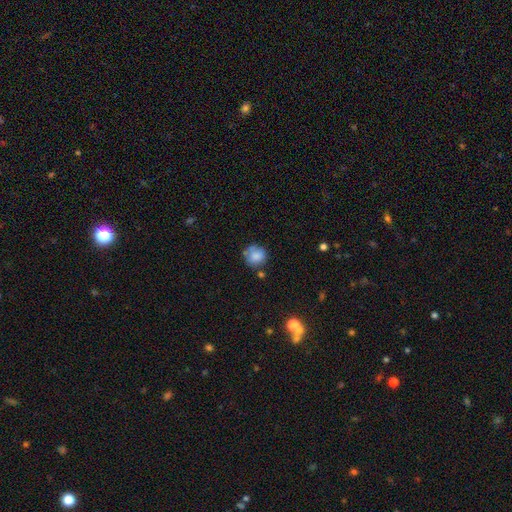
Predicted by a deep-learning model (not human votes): smooth-or-featured: smooth: 78% | featured or disk: 12% | star or artifact: 9%
  how-rounded: round: 85% | in between: 14% | cigar-shaped: 1%
  merging: none: 63% | minor disturbance: 21% | merger: 9% | major disturbance: 6%